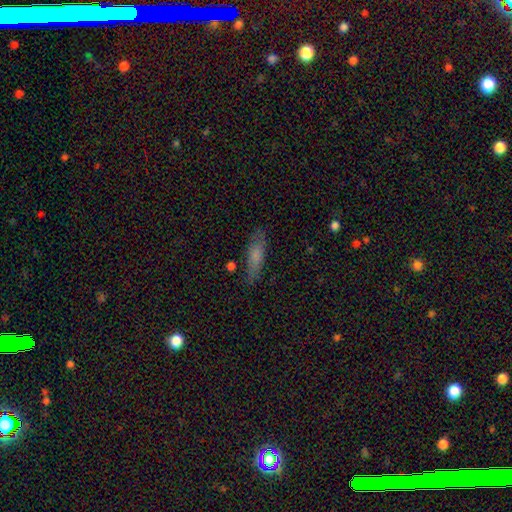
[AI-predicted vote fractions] A smooth galaxy with no disk features (70%) that is cigar-shaped (59%). Merging: none (78%).